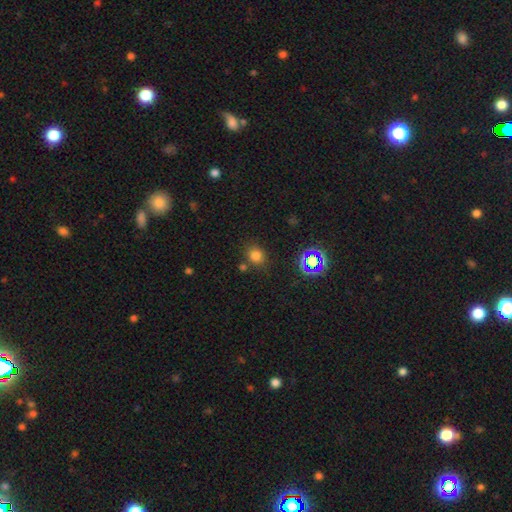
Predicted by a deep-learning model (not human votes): smooth-or-featured: smooth: 74% | star or artifact: 21% | featured or disk: 6%
  how-rounded: round: 70% | in between: 29% | cigar-shaped: 1%
  merging: none: 77% | minor disturbance: 12% | merger: 8% | major disturbance: 4%